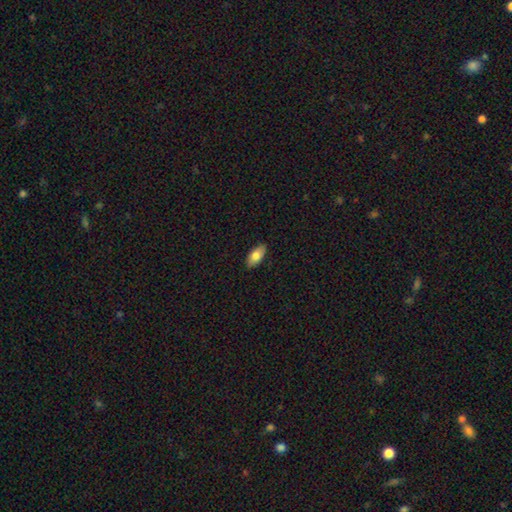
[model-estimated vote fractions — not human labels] smooth 78%, featured or disk 16%, star or artifact 6%. Down the decision tree: how rounded — in between (90%); merging — none (88%).